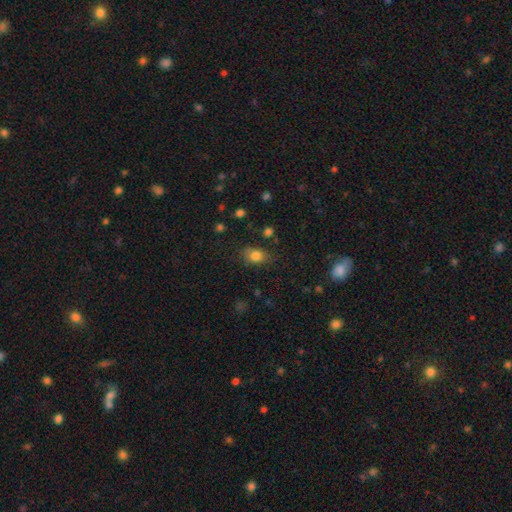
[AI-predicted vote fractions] Q: Smooth or featured?
A: smooth (81%); runner-up: star or artifact (11%)
Q: How rounded?
A: in between (63%); runner-up: round (35%)
Q: Merging?
A: none (71%); runner-up: minor disturbance (20%)